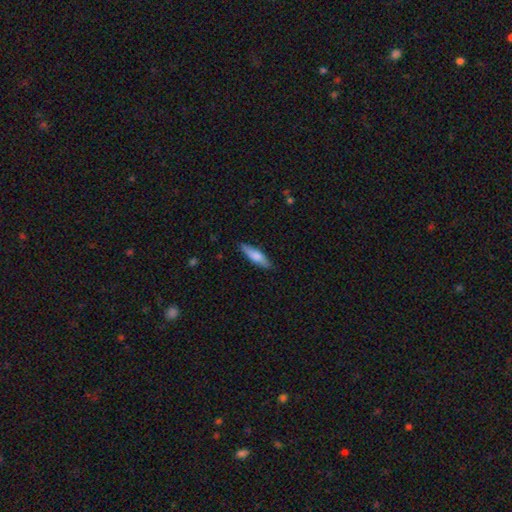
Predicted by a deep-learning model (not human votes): A smooth galaxy with no disk features (71%) that is cigar-shaped (69%). Merging: none (87%).